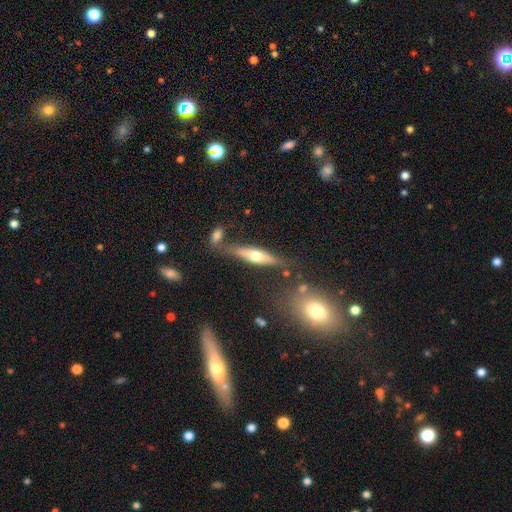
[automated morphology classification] Smooth or featured: featured or disk — 50% (smooth — 43%)
Edge-on disk: yes — 85% (no — 15%)
Merging: none — 65% (minor disturbance — 17%)